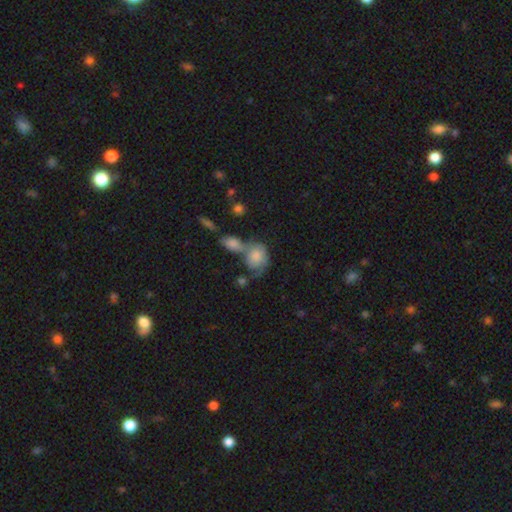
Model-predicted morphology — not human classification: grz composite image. It shows a smooth galaxy with no disk features (57%) that is in between round and cigar-shaped (50%). Merging: merger (42%).